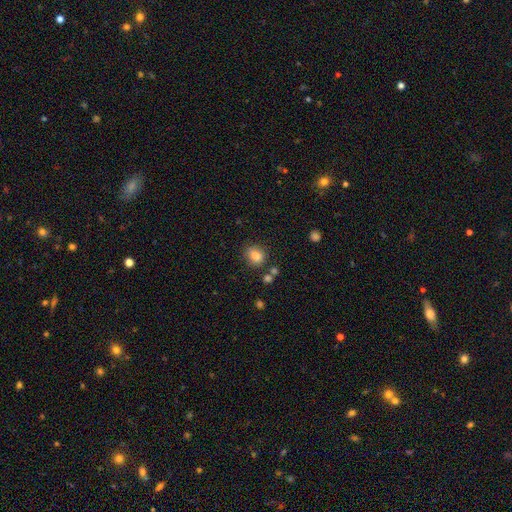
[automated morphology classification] Smooth or featured? Predicted: smooth (p=0.83). How rounded? Predicted: round (p=0.56). Merging? Predicted: none (p=0.75).